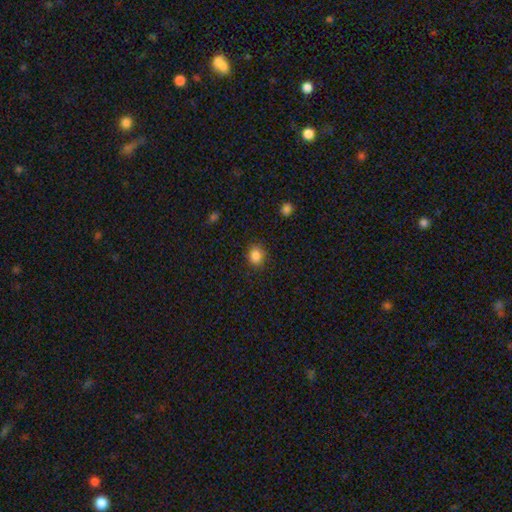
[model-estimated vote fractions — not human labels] The model was most divided on "how rounded": round: 64%, in between: 35%, cigar-shaped: 1%. More confident: smooth or featured — smooth (85%); merging — none (84%).